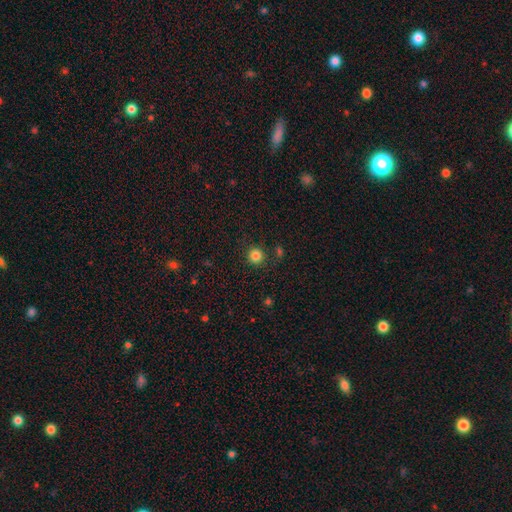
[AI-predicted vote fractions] A smooth galaxy with no disk features (83%) that is round (94%).

Vote fractions:
- Smooth or featured? smooth: 83% / star or artifact: 12% / featured or disk: 5%
- How rounded? round: 94% / in between: 5% / cigar-shaped: 1%
- Merging? none: 87% / minor disturbance: 7% / merger: 3% / major disturbance: 3%